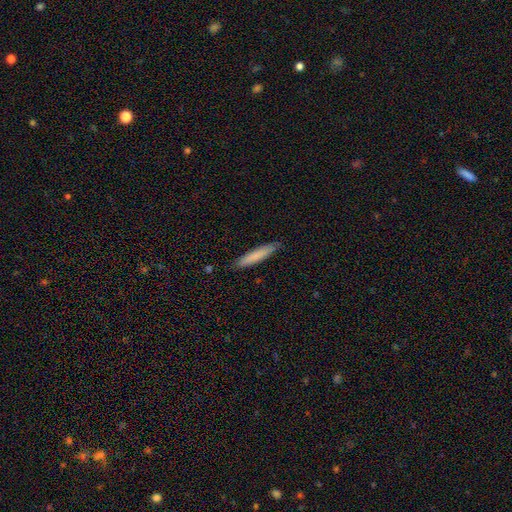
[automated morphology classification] Q: Smooth or featured?
A: smooth (80%); runner-up: featured or disk (15%)
Q: How rounded?
A: cigar-shaped (92%); runner-up: in between (7%)
Q: Merging?
A: none (88%); runner-up: minor disturbance (9%)